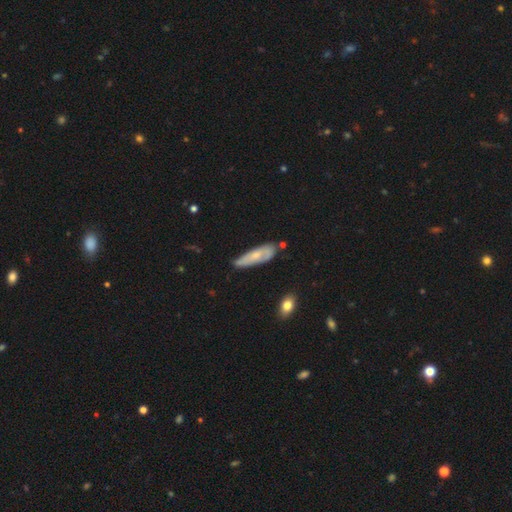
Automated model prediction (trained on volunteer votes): A smooth galaxy with no disk features (56%) that is cigar-shaped (53%). Merging: none (58%).